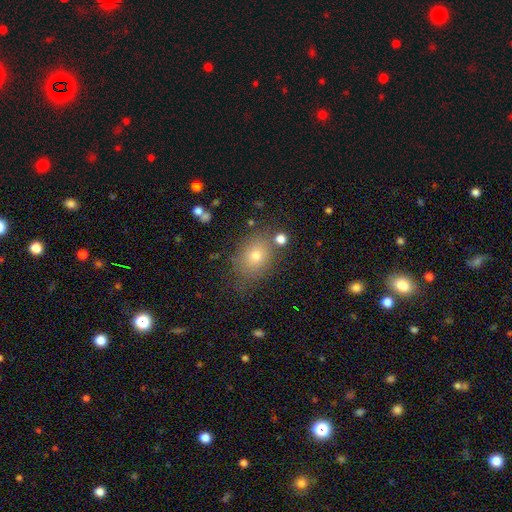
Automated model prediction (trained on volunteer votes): Smooth or featured: smooth — 71% (star or artifact — 15%)
How rounded: in between — 57% (round — 42%)
Merging: none — 75% (minor disturbance — 14%)